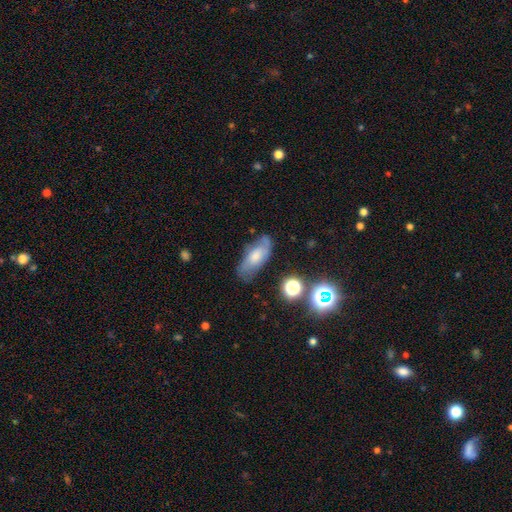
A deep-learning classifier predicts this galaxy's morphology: type=featured or disk (48%); merging=none (69%).